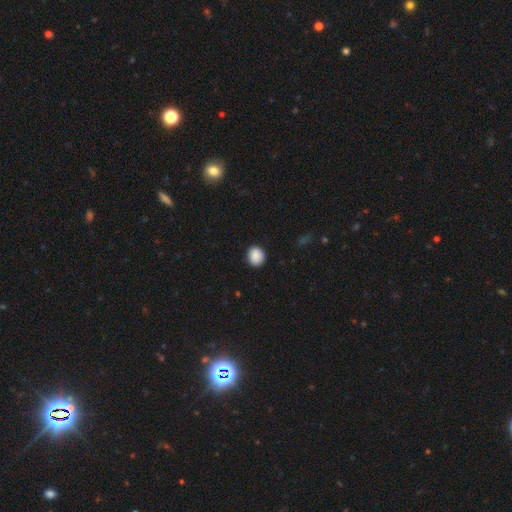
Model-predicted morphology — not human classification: Smooth or featured?
  - smooth: 90% *
  - star or artifact: 7%
  - featured or disk: 3%
How rounded?
  - round: 75% *
  - in between: 24%
  - cigar-shaped: 1%
Merging?
  - none: 90% *
  - minor disturbance: 7%
  - major disturbance: 2%
  - merger: 1%